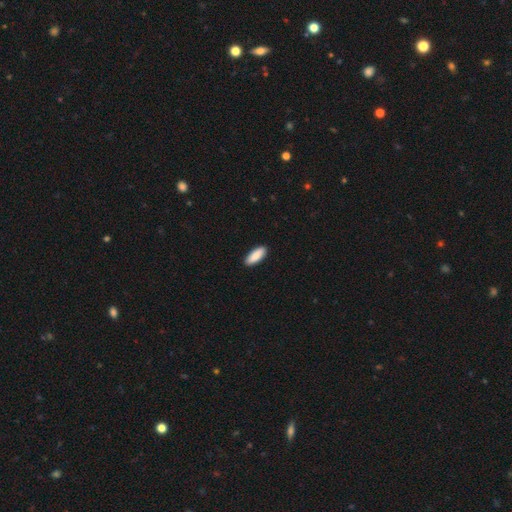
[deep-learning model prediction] smooth 90%, featured or disk 5%, star or artifact 5%. Down the decision tree: how rounded — in between (72%); merging — none (91%).